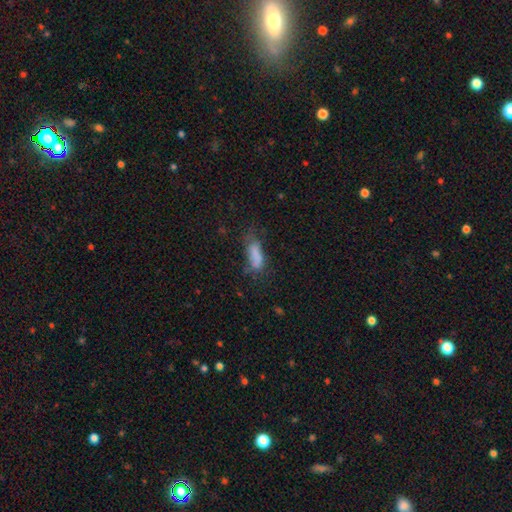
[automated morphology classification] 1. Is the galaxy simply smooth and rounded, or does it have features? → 70% smooth, 18% featured or disk, 13% star or artifact.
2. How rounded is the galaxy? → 66% in between, 31% cigar-shaped, 3% round.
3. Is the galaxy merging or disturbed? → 37% none, 29% minor disturbance, 28% major disturbance, 6% merger.